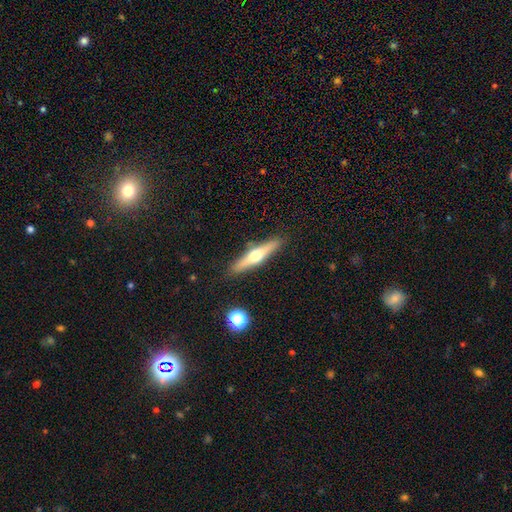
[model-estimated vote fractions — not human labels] The model was most divided on "smooth or featured": featured or disk: 55%, smooth: 39%, star or artifact: 6%. More confident: edge-on disk — yes (95%); edge-on bulge — rounded (92%); merging — none (88%).